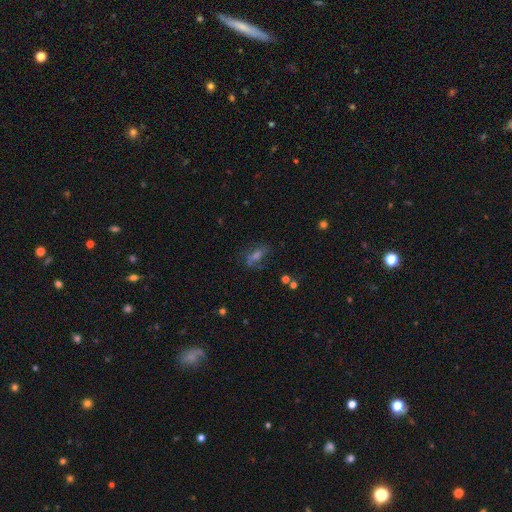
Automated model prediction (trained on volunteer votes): Overall: smooth (38%; featured or disk 36%). Merging: none (66%).